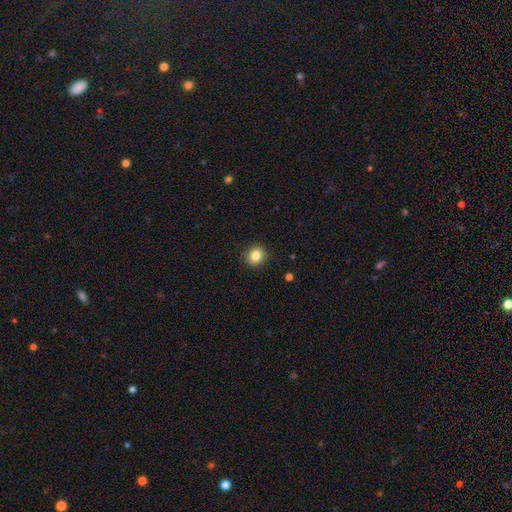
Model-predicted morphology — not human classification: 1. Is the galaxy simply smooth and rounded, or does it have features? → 84% smooth, 11% star or artifact, 6% featured or disk.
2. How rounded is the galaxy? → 85% round, 14% in between, 1% cigar-shaped.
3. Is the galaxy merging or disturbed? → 90% none, 7% minor disturbance, 2% major disturbance, 1% merger.